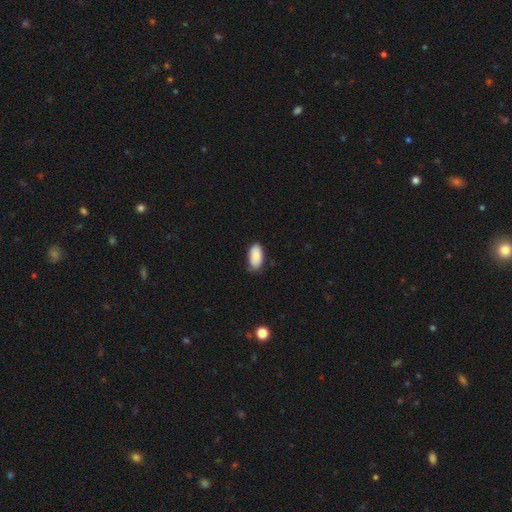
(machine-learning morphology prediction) The model was most divided on "merging": none: 74%, minor disturbance: 21%, major disturbance: 3%, merger: 1%. More confident: how rounded — in between (92%); smooth or featured — smooth (87%).